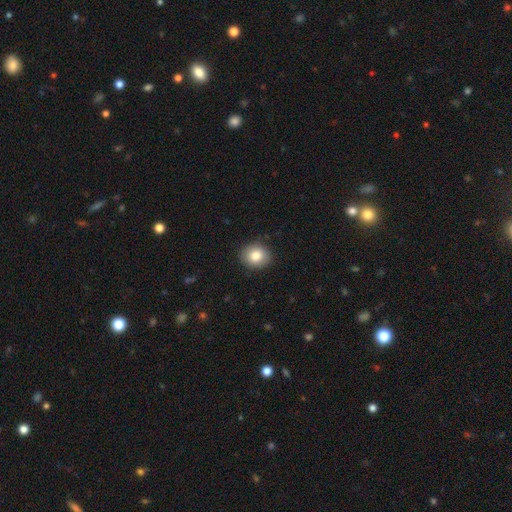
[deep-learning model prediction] smooth 83%, star or artifact 9%, featured or disk 8%. Down the decision tree: how rounded — round (72%); merging — none (88%).